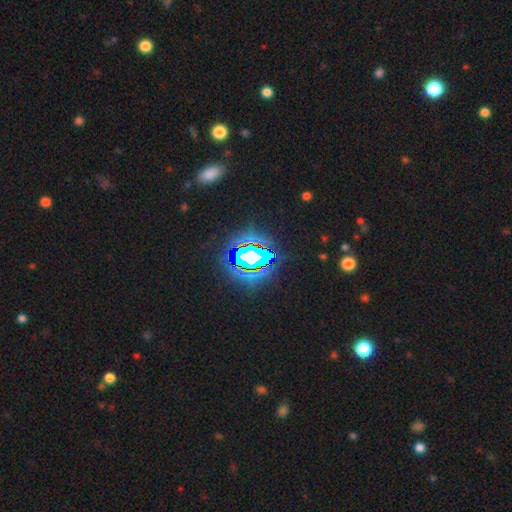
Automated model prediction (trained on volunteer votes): A star or artifact, not a galaxy (74%).

Vote fractions:
- Smooth or featured? star or artifact: 74% / smooth: 13% / featured or disk: 13%